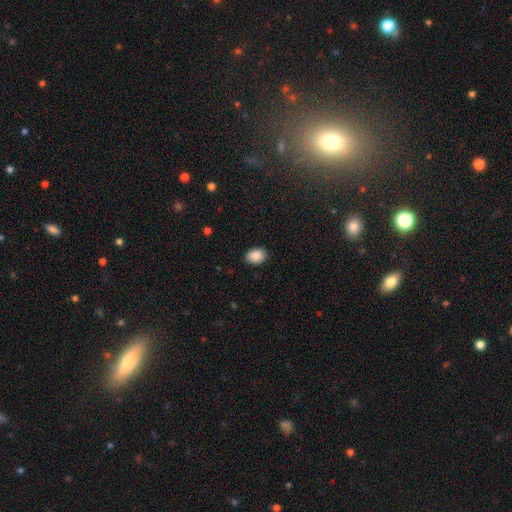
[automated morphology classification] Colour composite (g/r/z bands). It shows a smooth galaxy with no disk features (90%) that is in between round and cigar-shaped (78%). Merging: none (86%).